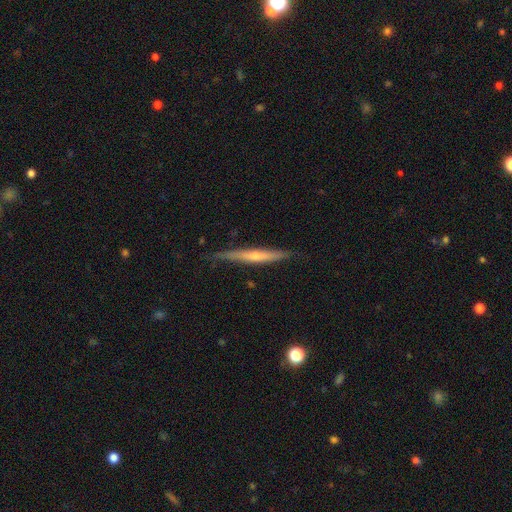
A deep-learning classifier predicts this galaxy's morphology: A featured or disk galaxy (71%) viewed edge-on (97%) with a rounded central bulge (71%). Merging: none (87%).